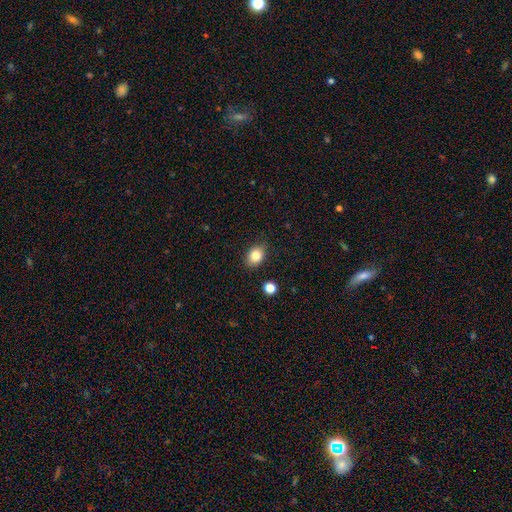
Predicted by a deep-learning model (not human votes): The model was most divided on "how rounded": in between: 64%, round: 34%, cigar-shaped: 1%. More confident: merging — none (84%); smooth or featured — smooth (83%).